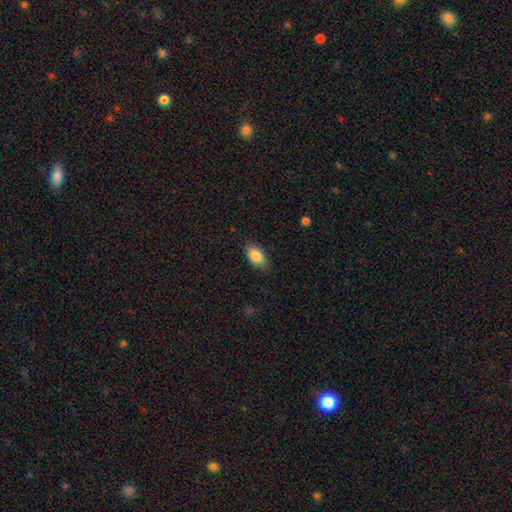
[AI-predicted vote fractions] Smooth or featured: smooth — 87% (star or artifact — 7%)
How rounded: in between — 92% (round — 5%)
Merging: none — 83% (minor disturbance — 13%)